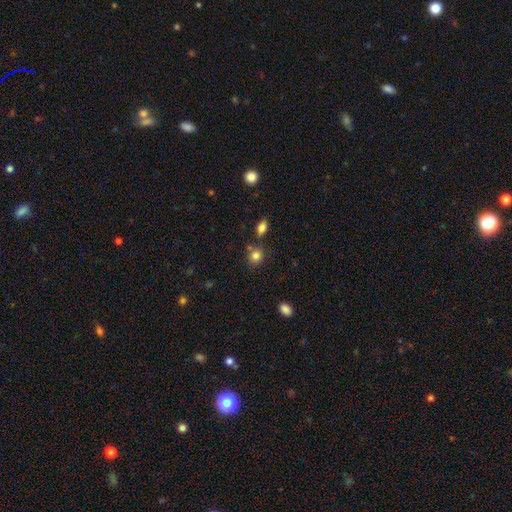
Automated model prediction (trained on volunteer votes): Smooth or featured? smooth (84%)
How rounded? round (77%)
Merging? none (70%)